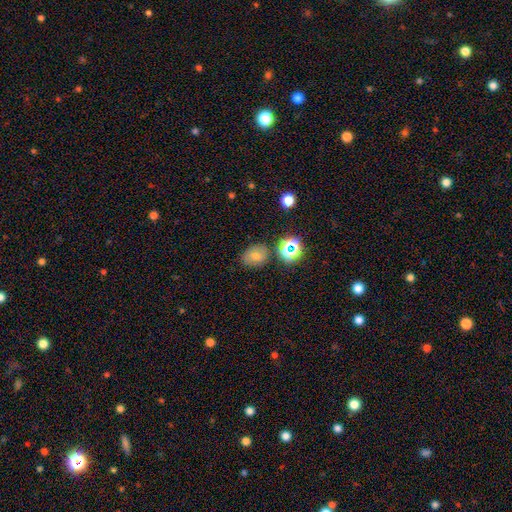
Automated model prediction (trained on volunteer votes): smooth-or-featured: smooth: 51% | star or artifact: 31% | featured or disk: 18%
  how-rounded: round: 50% | in between: 49% | cigar-shaped: 1%
  merging: none: 76% | minor disturbance: 15% | merger: 5% | major disturbance: 4%